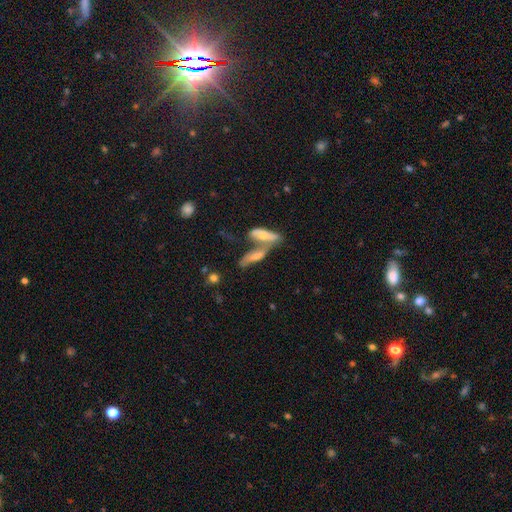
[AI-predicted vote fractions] smooth 54%, featured or disk 36%, star or artifact 10%. Down the decision tree: how rounded — cigar-shaped (50%); merging — merger (65%).